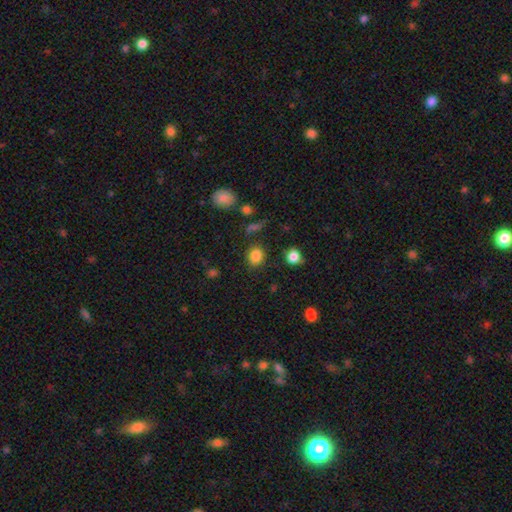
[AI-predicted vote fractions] Overall: smooth (84%). How rounded: round (59%; in between 40%). Merging: none (80%).